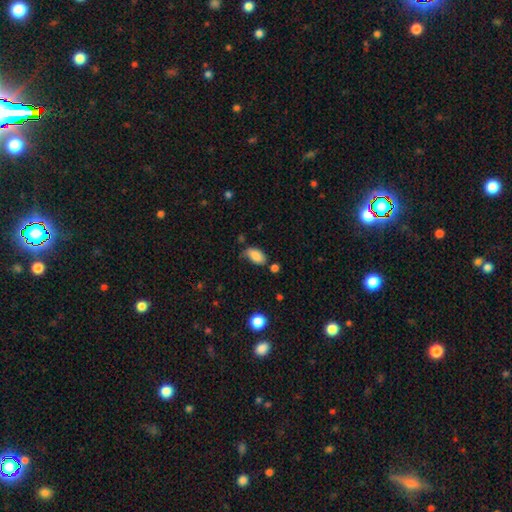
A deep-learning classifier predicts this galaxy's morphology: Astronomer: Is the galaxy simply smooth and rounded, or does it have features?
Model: smooth — 84%.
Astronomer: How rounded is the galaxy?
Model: in between — 93%.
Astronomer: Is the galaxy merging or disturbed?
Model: none — 52% (runner-up: minor disturbance, 33%).